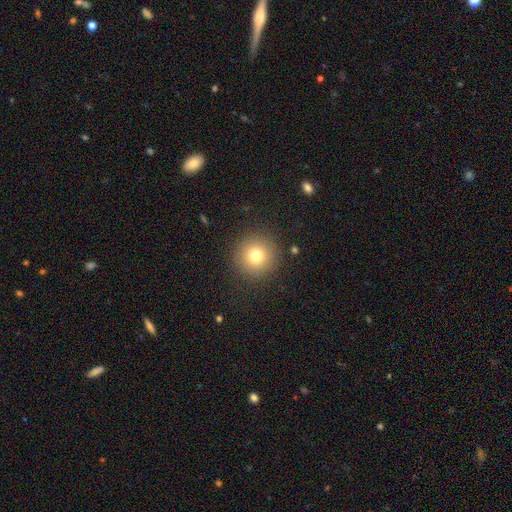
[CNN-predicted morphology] smooth 76%, star or artifact 13%, featured or disk 11%. Down the decision tree: how rounded — round (96%); merging — none (89%).